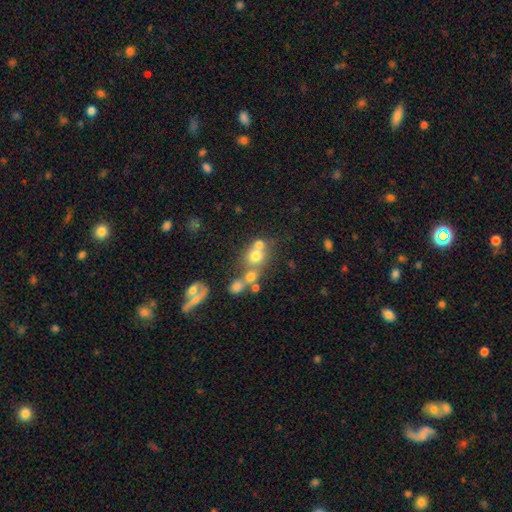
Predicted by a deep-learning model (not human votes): The model was most divided on "merging": merger: 44%, none: 41%, minor disturbance: 9%, major disturbance: 6%. More confident: how rounded — round (78%); smooth or featured — smooth (64%).